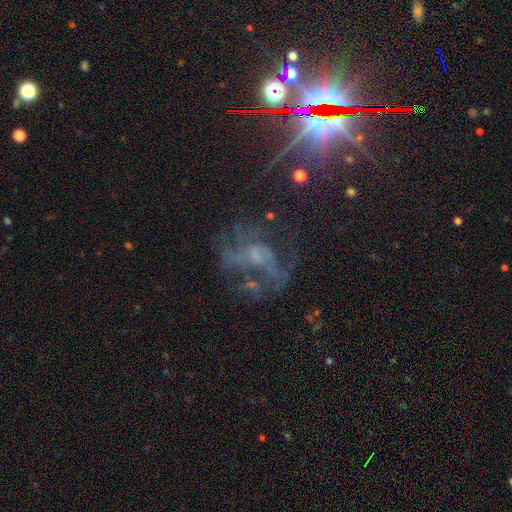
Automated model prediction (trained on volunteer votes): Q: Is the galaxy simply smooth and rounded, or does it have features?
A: featured or disk — 52%.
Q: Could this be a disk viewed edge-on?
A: no — 95%.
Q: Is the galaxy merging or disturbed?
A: none — 41%.